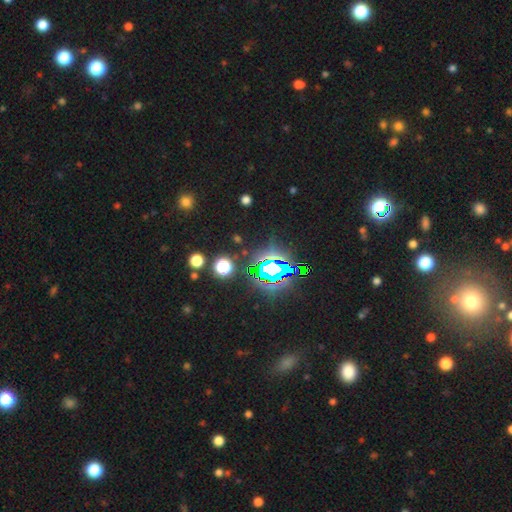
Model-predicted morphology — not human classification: smooth_or_featured: star or artifact (p=0.80) [alt: smooth p=0.12]